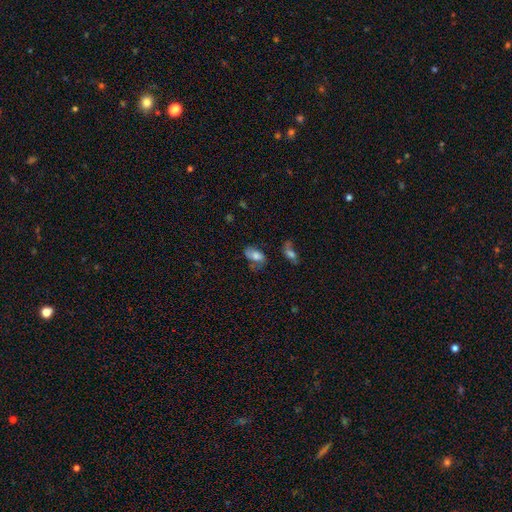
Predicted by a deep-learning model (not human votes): This appears to be a smooth galaxy with no disk features (67%) that is in between round and cigar-shaped (91%). Merging: none (47%).